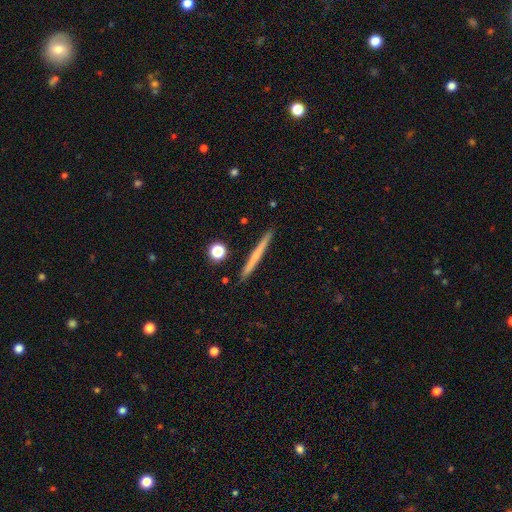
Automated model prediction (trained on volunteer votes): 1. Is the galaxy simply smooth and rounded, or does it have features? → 53% smooth, 41% featured or disk, 6% star or artifact.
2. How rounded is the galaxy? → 97% cigar-shaped, 2% in between, 2% round.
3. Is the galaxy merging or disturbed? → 91% none, 6% minor disturbance, 2% merger, 1% major disturbance.